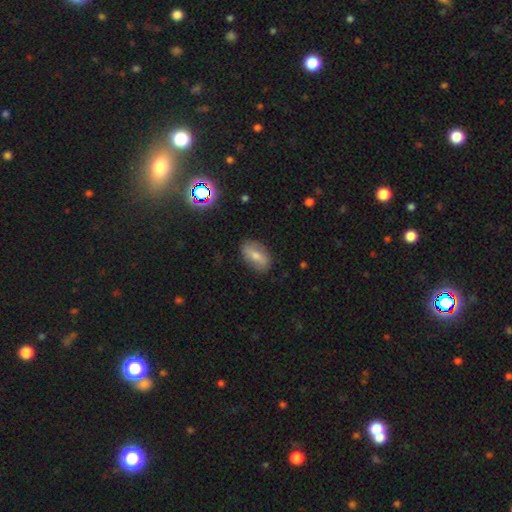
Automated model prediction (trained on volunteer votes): Smooth or featured? smooth (56%)
How rounded? in between (86%)
Merging? none (83%)